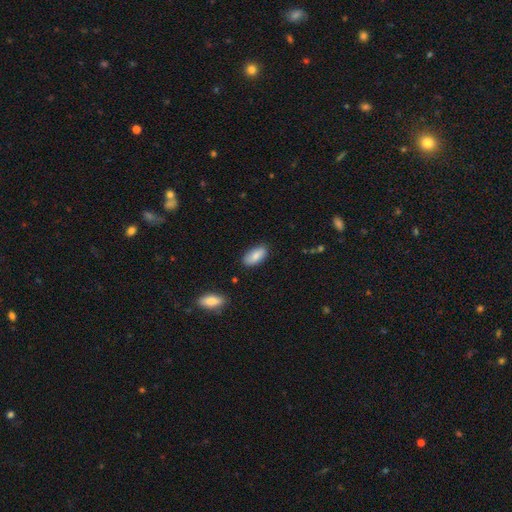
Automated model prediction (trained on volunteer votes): Smooth or featured? smooth (85%)
How rounded? in between (92%)
Merging? none (83%)